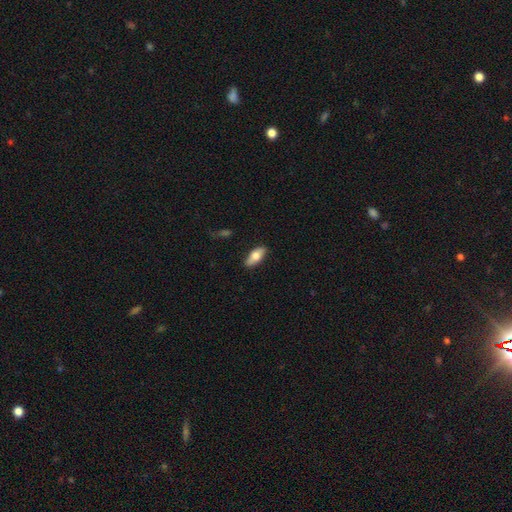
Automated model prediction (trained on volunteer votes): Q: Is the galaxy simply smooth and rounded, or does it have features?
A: smooth — 70%.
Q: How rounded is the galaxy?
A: in between — 82%.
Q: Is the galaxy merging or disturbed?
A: none — 85%.